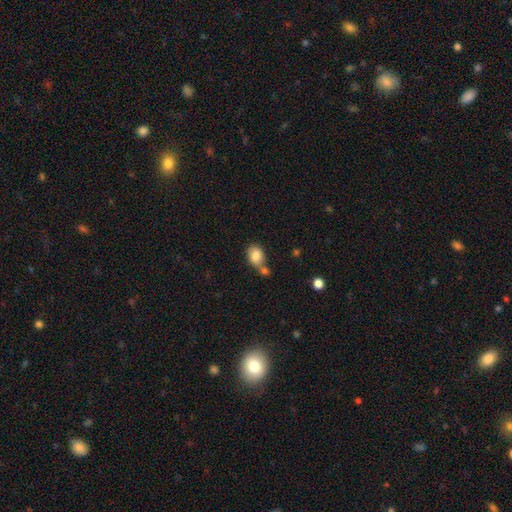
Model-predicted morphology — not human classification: Smooth or featured: smooth — 83% (featured or disk — 8%)
How rounded: in between — 66% (round — 32%)
Merging: none — 45% (merger — 36%)